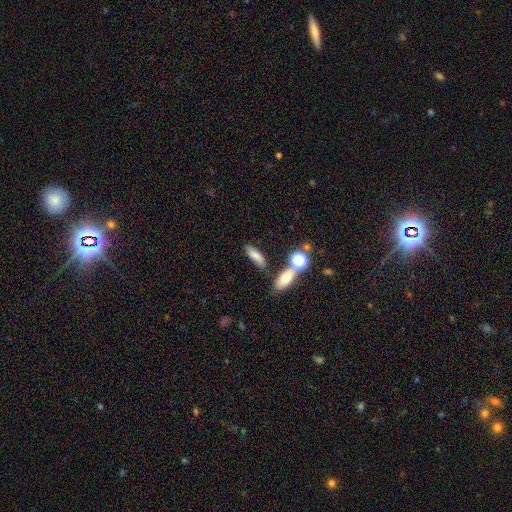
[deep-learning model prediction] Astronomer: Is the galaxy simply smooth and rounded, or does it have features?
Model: smooth — 75%.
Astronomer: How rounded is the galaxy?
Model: in between — 52% (runner-up: cigar-shaped, 41%).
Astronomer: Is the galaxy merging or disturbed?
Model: none — 66%.